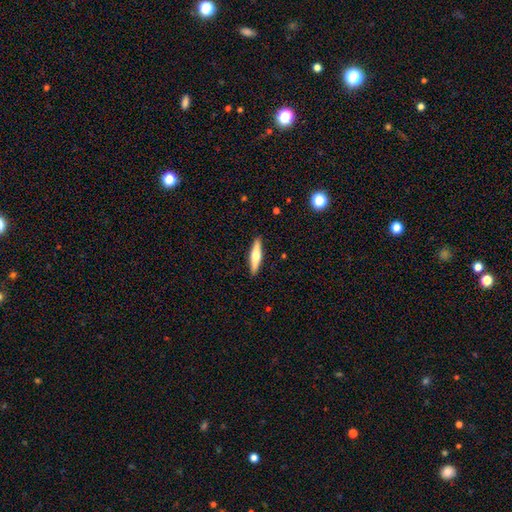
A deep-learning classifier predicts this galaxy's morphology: smooth_or_featured: smooth (p=0.50) [alt: featured or disk p=0.44]
how_rounded: cigar-shaped (p=0.77) [alt: in between p=0.21]
merging: none (p=0.91) [alt: minor disturbance p=0.07]